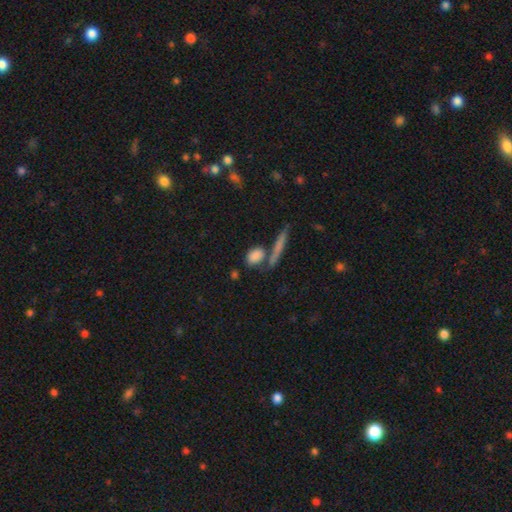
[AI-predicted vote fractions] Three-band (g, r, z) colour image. It shows a smooth galaxy with no disk features (81%) that is in between round and cigar-shaped (63%). Merging: none (61%).